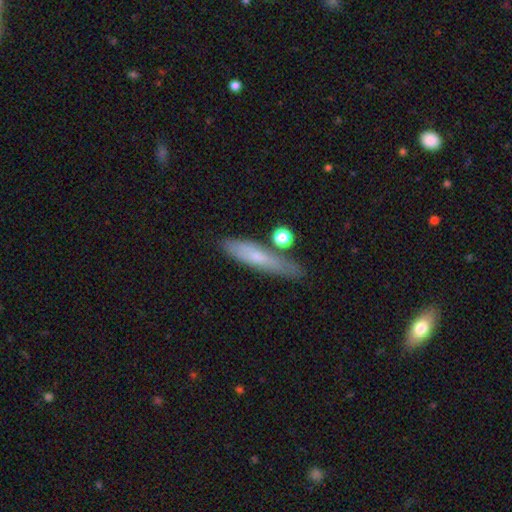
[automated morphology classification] smooth_or_featured: smooth (p=0.62) [alt: featured or disk p=0.30]
how_rounded: cigar-shaped (p=0.81) [alt: in between p=0.16]
merging: none (p=0.68) [alt: minor disturbance p=0.18]